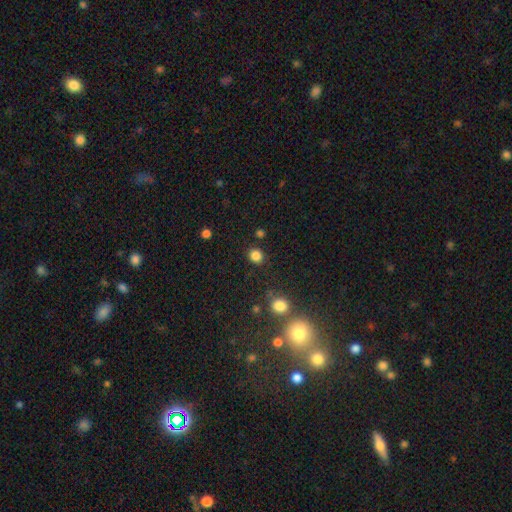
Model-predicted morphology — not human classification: A smooth galaxy with no disk features (83%) that is round (80%). Merging: none (86%).